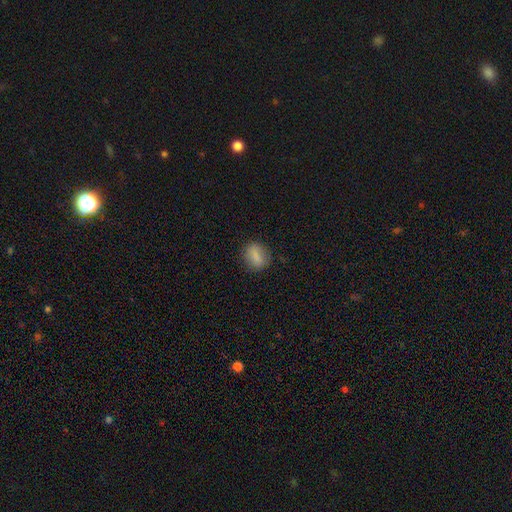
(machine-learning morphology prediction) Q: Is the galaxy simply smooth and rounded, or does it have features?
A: smooth — 81%.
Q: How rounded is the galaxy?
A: in between — 56%.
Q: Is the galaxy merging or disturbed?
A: none — 82%.